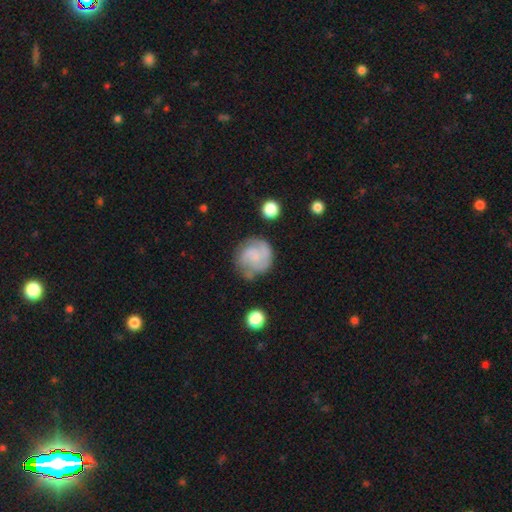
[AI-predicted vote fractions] Q: Smooth or featured?
A: featured or disk (63%); runner-up: smooth (30%)
Q: Edge-on disk?
A: no (98%); runner-up: yes (2%)
Q: Bar?
A: no (68%); runner-up: weak (28%)
Q: Spiral arms?
A: yes (90%); runner-up: no (10%)
Q: Spiral winding?
A: tight (45%); runner-up: medium (40%)
Q: Spiral arm count?
A: 2 (44%); runner-up: 3 (22%)
Q: Bulge size?
A: small (45%); runner-up: none (38%)
Q: Merging?
A: none (65%); runner-up: minor disturbance (20%)